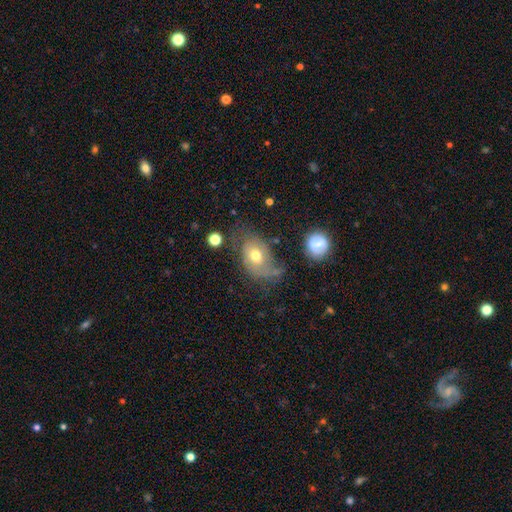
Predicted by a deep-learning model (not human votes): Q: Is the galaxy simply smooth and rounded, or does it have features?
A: smooth — 60%.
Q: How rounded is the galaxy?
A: in between — 73%.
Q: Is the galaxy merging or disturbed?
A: none — 39%.